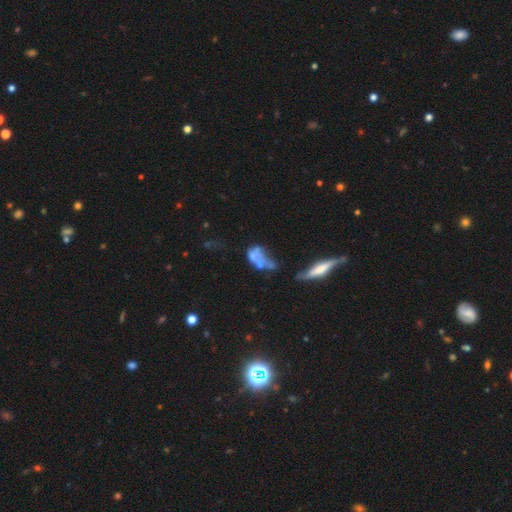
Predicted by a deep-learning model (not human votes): Smooth or featured: featured or disk — 44% (smooth — 42%)
Merging: merger — 45% (major disturbance — 27%)